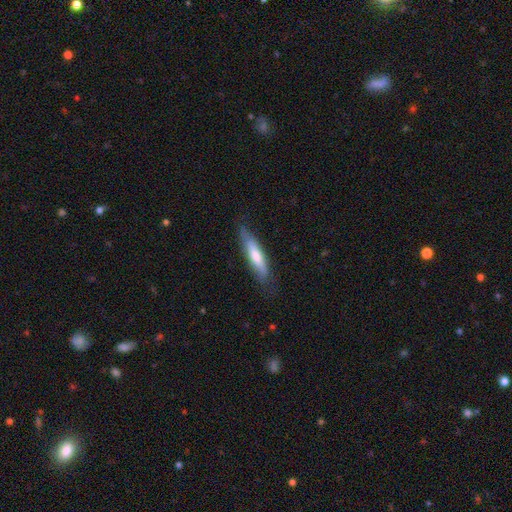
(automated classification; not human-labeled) Smooth or featured?
  - smooth: 58% *
  - featured or disk: 36%
  - star or artifact: 6%
How rounded?
  - cigar-shaped: 82% *
  - in between: 16%
  - round: 1%
Merging?
  - none: 78% *
  - minor disturbance: 17%
  - major disturbance: 4%
  - merger: 1%